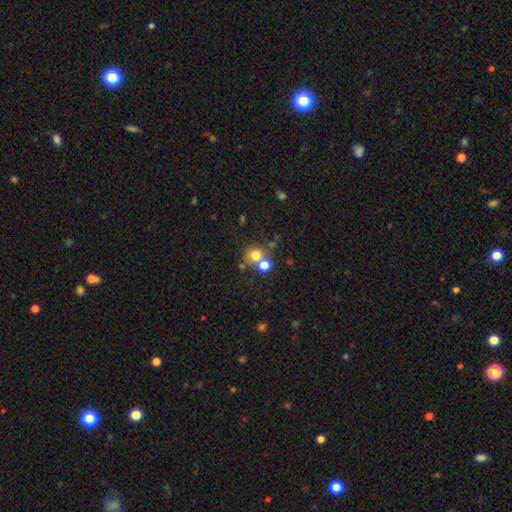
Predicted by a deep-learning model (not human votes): smooth_or_featured: smooth (p=0.74) [alt: star or artifact p=0.16]
how_rounded: round (p=0.82) [alt: in between p=0.17]
merging: none (p=0.56) [alt: merger p=0.32]